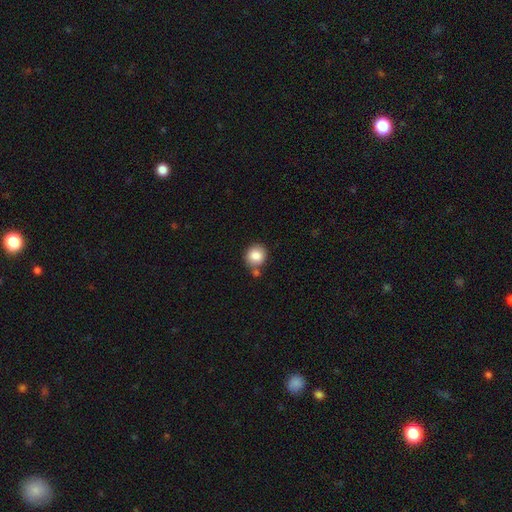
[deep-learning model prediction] The model was most divided on "merging": none: 69%, merger: 16%, minor disturbance: 12%, major disturbance: 3%. More confident: how rounded — round (88%); smooth or featured — smooth (85%).